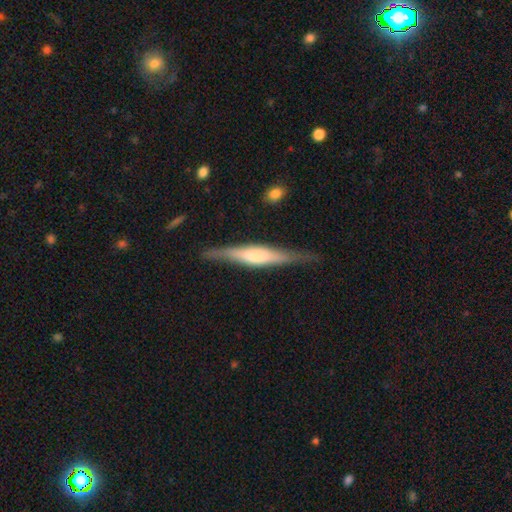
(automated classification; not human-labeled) featured or disk 64%, smooth 31%, star or artifact 5%. Down the decision tree: edge-on disk — yes (95%); edge-on bulge — rounded (49%); merging — none (82%).